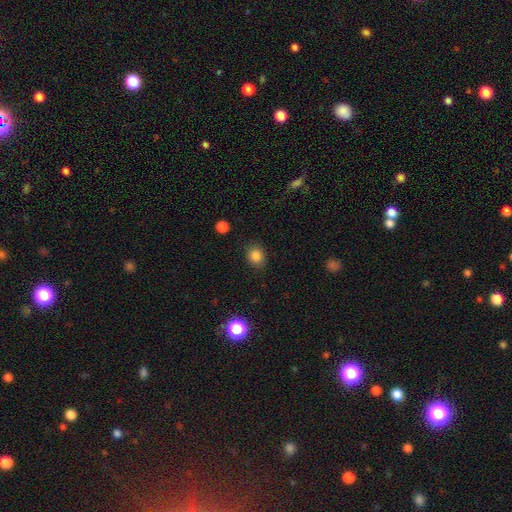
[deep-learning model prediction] smooth-or-featured: smooth: 83% | star or artifact: 12% | featured or disk: 5%
  how-rounded: round: 58% | in between: 41% | cigar-shaped: 1%
  merging: none: 86% | minor disturbance: 10% | major disturbance: 3% | merger: 1%